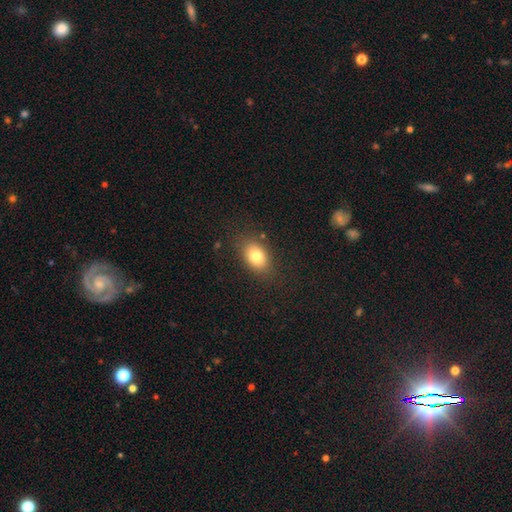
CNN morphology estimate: smooth_or_featured: smooth (p=0.79) [alt: featured or disk p=0.11]
how_rounded: in between (p=0.77) [alt: round p=0.22]
merging: none (p=0.82) [alt: minor disturbance p=0.12]